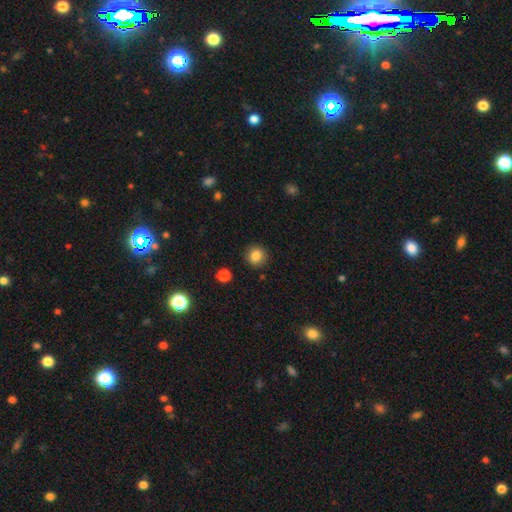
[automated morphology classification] Smooth or featured?
  - smooth: 85% *
  - star or artifact: 10%
  - featured or disk: 5%
How rounded?
  - round: 91% *
  - in between: 8%
  - cigar-shaped: 1%
Merging?
  - none: 89% *
  - minor disturbance: 7%
  - major disturbance: 2%
  - merger: 2%